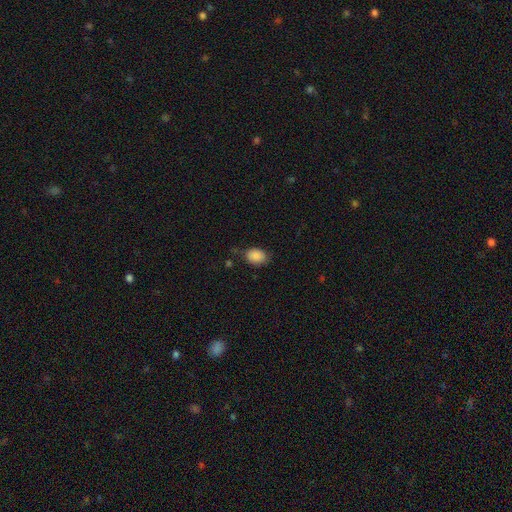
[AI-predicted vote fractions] A smooth galaxy with no disk features (88%) that is in between round and cigar-shaped (75%).

Vote fractions:
- Smooth or featured? smooth: 88% / star or artifact: 8% / featured or disk: 4%
- How rounded? in between: 75% / round: 24% / cigar-shaped: 1%
- Merging? none: 73% / minor disturbance: 20% / major disturbance: 4% / merger: 2%